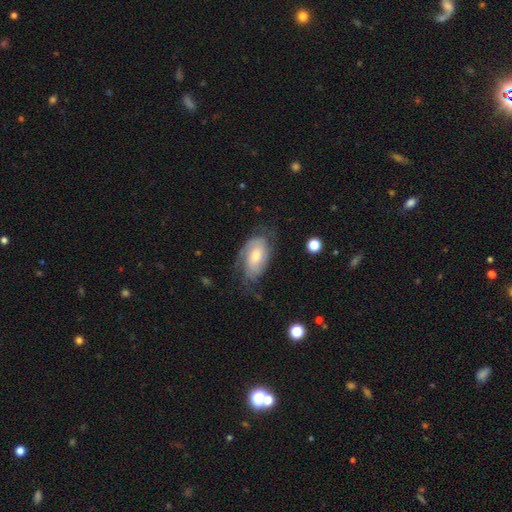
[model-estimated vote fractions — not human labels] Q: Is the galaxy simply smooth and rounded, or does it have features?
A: featured or disk — 60%.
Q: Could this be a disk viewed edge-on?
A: no — 94%.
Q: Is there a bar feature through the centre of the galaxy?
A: no — 60%.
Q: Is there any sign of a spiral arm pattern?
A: yes — 86%.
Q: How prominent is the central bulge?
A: moderate — 55%.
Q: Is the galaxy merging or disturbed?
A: none — 57%.